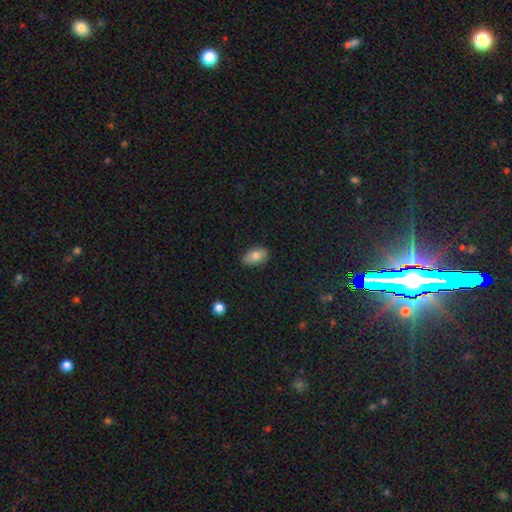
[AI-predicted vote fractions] Smooth or featured?
  - smooth: 77% *
  - featured or disk: 13%
  - star or artifact: 9%
How rounded?
  - in between: 88% *
  - round: 10%
  - cigar-shaped: 2%
Merging?
  - none: 75% *
  - minor disturbance: 21%
  - major disturbance: 3%
  - merger: 1%